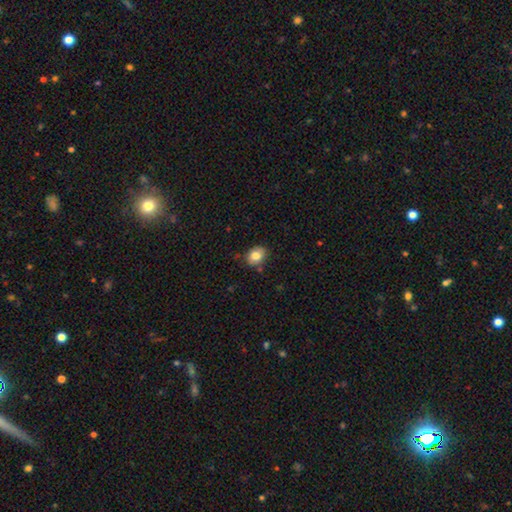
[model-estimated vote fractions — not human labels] Q: Smooth or featured?
A: smooth (81%); runner-up: featured or disk (10%)
Q: How rounded?
A: in between (56%); runner-up: round (43%)
Q: Merging?
A: none (80%); runner-up: minor disturbance (15%)